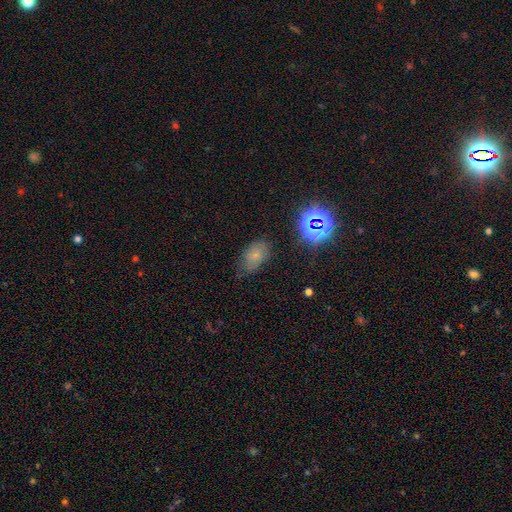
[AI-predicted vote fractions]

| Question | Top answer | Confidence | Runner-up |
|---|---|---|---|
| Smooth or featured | smooth | 62% | star or artifact (22%) |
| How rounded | in between | 84% | round (14%) |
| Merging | none | 65% | minor disturbance (25%) |